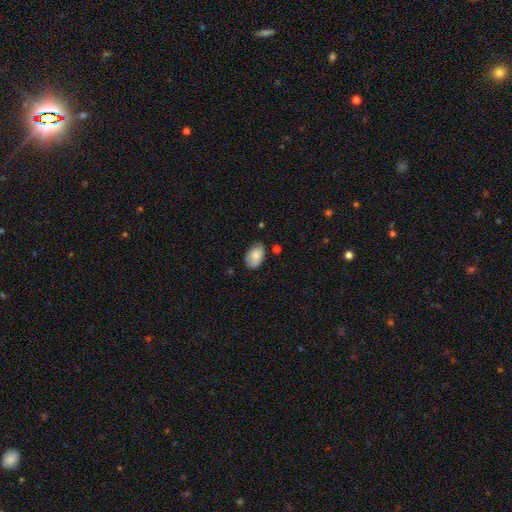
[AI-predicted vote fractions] smooth_or_featured: smooth (p=0.82) [alt: featured or disk p=0.11]
how_rounded: in between (p=0.91) [alt: round p=0.08]
merging: none (p=0.68) [alt: minor disturbance p=0.25]